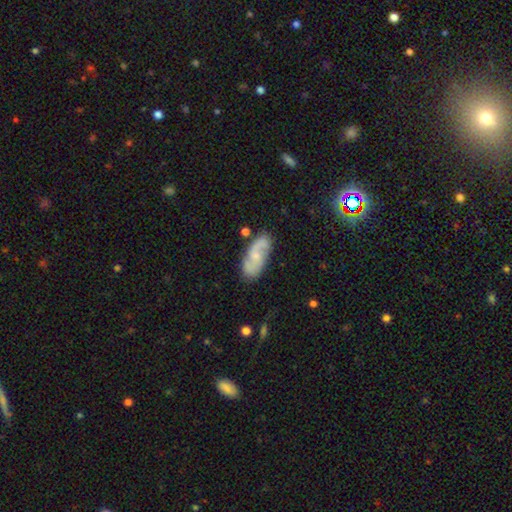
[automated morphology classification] Smooth or featured? featured or disk (66%)
Edge-on disk? no (93%)
Bar? no (59%)
Spiral arms? yes (91%)
Spiral winding? medium (46%)
Spiral arm count? 2 (85%)
Bulge size? small (57%)
Merging? none (77%)